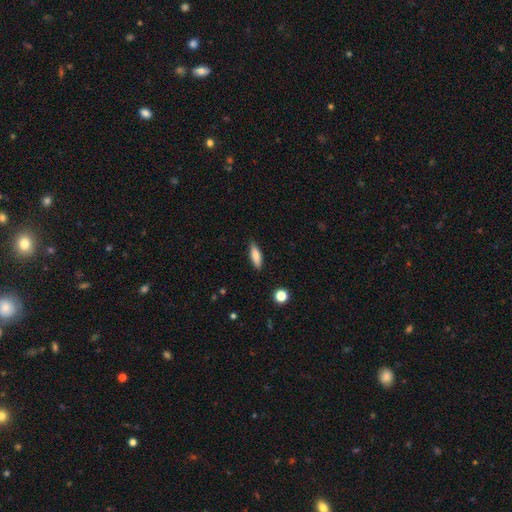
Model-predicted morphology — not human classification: Smooth or featured?
  - smooth: 79% *
  - featured or disk: 14%
  - star or artifact: 7%
How rounded?
  - in between: 52% *
  - cigar-shaped: 46%
  - round: 2%
Merging?
  - none: 86% *
  - minor disturbance: 11%
  - major disturbance: 2%
  - merger: 1%